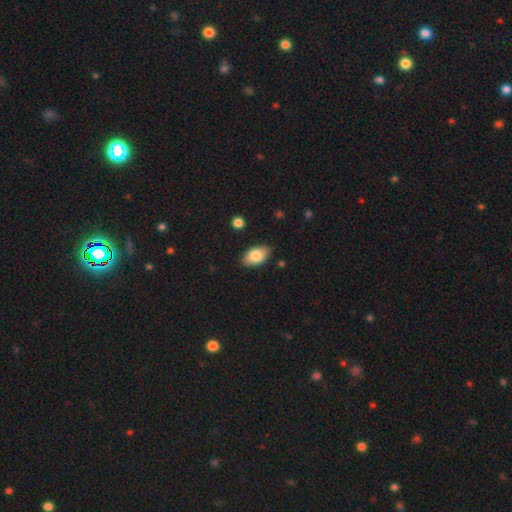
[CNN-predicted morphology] Q: Smooth or featured?
A: smooth (82%); runner-up: featured or disk (11%)
Q: How rounded?
A: in between (93%); runner-up: round (5%)
Q: Merging?
A: none (86%); runner-up: minor disturbance (11%)